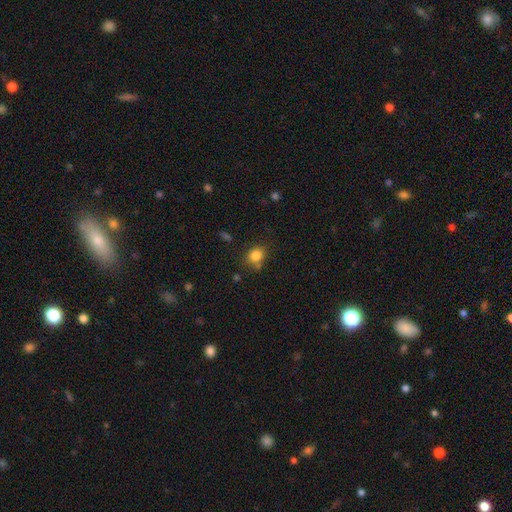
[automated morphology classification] This appears to be a smooth galaxy with no disk features (84%) that is round (64%). Merging: none (72%).